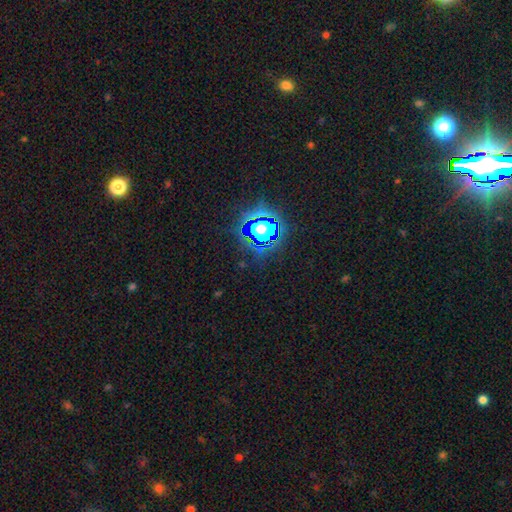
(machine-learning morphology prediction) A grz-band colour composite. It shows a star or artifact, not a galaxy (81%).